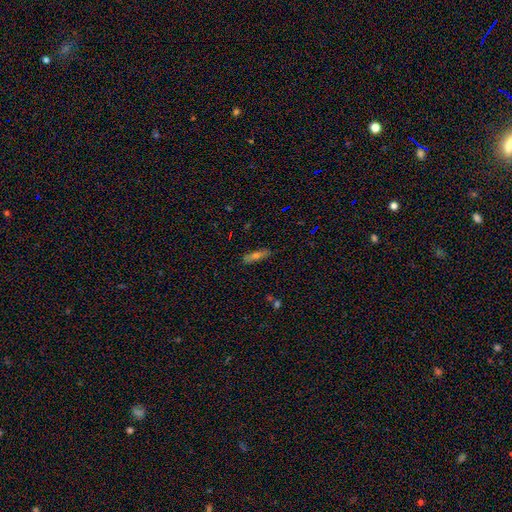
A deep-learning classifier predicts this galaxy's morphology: A smooth galaxy with no disk features (48%). Merging: none (84%).